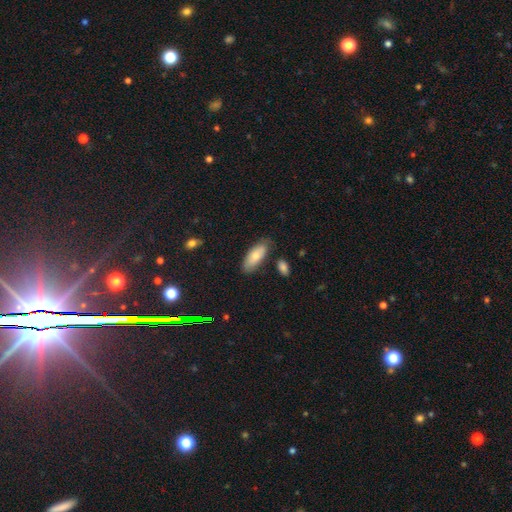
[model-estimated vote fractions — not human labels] This appears to be a smooth galaxy with no disk features (71%) that is in between round and cigar-shaped (82%). Merging: none (72%).